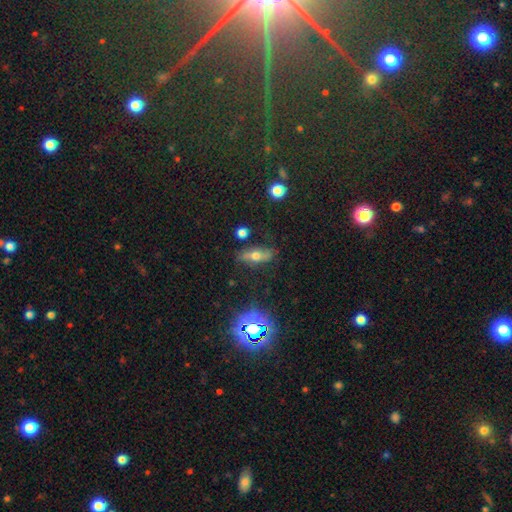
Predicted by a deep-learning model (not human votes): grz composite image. It shows a featured or disk galaxy (47%). Merging: none (73%).